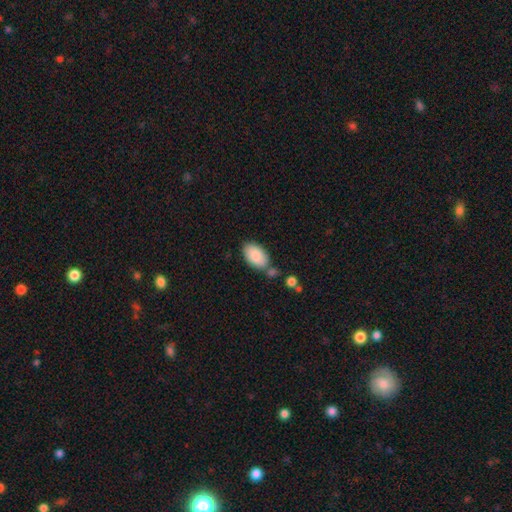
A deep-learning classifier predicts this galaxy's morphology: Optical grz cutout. It shows a smooth galaxy with no disk features (86%) that is in between round and cigar-shaped (94%). Merging: none (68%).